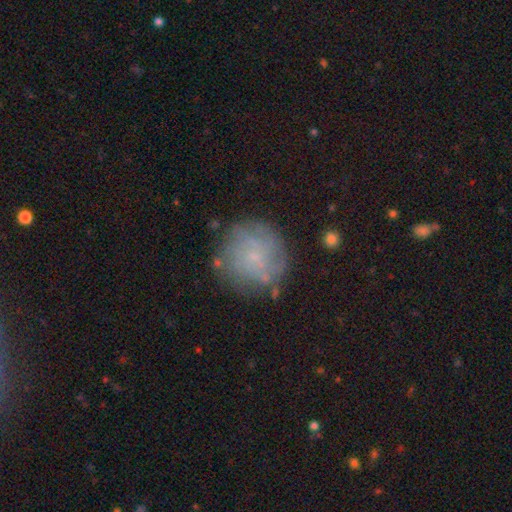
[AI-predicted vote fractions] This appears to be a featured or disk galaxy (41%). Merging: none (79%).